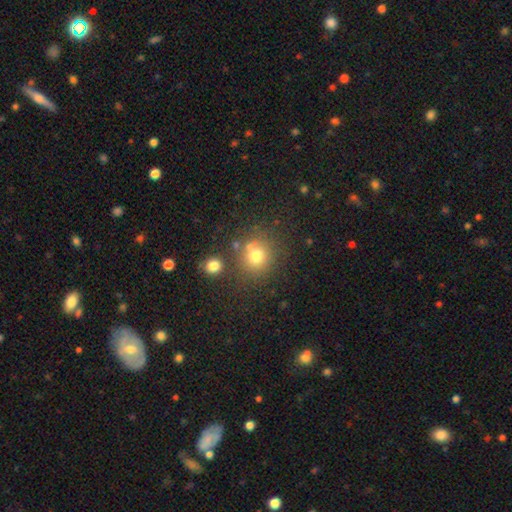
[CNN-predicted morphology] Overall: smooth (74%). How rounded: round (86%). Merging: none (71%).